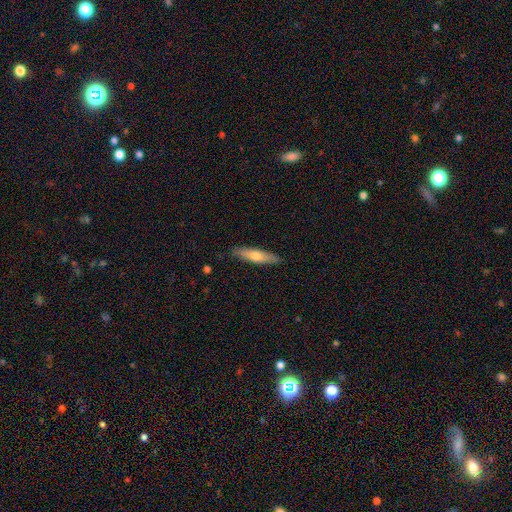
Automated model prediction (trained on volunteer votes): smooth_or_featured: smooth (p=0.59) [alt: featured or disk p=0.36]
how_rounded: cigar-shaped (p=0.78) [alt: in between p=0.20]
merging: none (p=0.89) [alt: minor disturbance p=0.09]